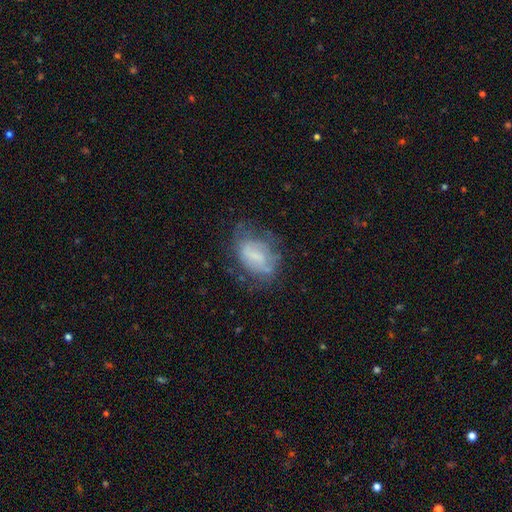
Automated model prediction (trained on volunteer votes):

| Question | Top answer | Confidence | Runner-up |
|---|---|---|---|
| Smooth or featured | featured or disk | 48% | smooth (42%) |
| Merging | none | 50% | minor disturbance (27%) |